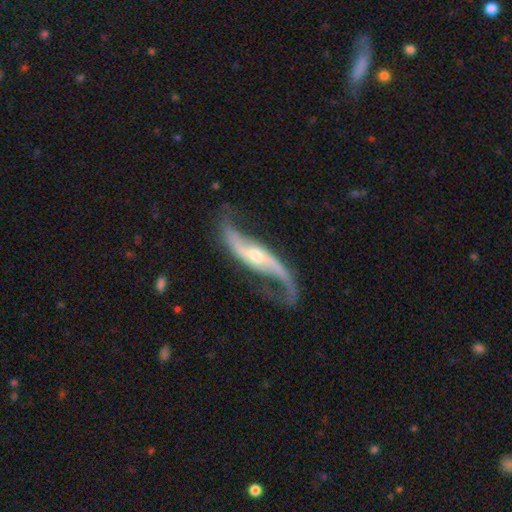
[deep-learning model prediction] Smooth or featured? featured or disk (91%)
Edge-on disk? no (88%)
Bar? no (37%)
Spiral arms? yes (97%)
Spiral winding? loose (83%)
Spiral arm count? 2 (93%)
Bulge size? moderate (54%)
Merging? none (69%)